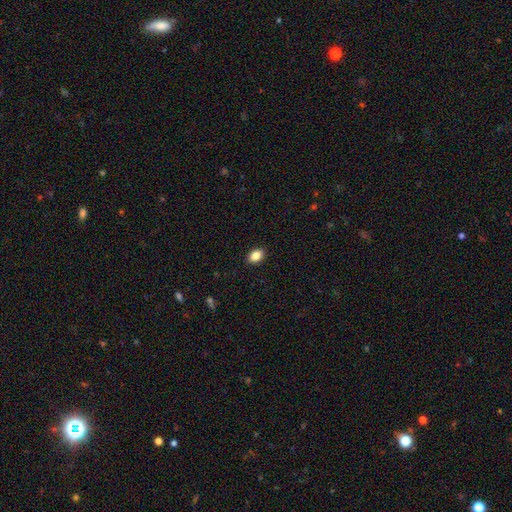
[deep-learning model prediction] This is clearly a smooth galaxy (86%). How rounded: clearly in between (82%). Merging: clearly none (90%).